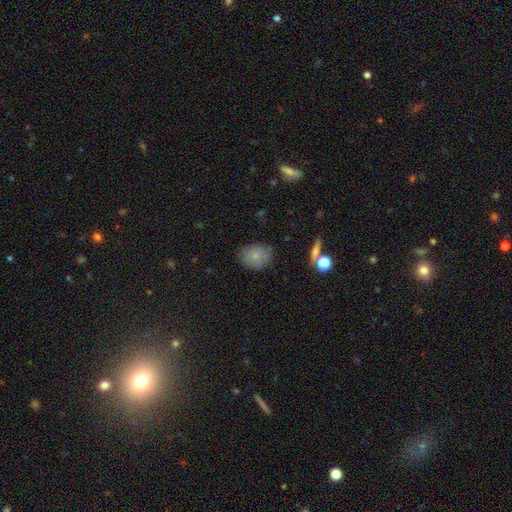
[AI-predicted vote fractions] smooth_or_featured: smooth (p=0.79) [alt: featured or disk p=0.12]
how_rounded: in between (p=0.50) [alt: round p=0.49]
merging: none (p=0.79) [alt: minor disturbance p=0.15]